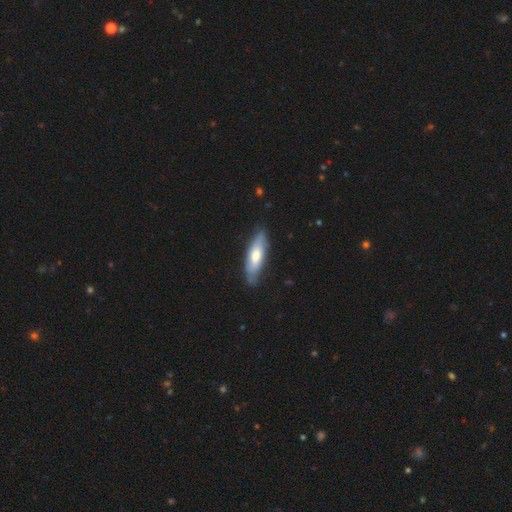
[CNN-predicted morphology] This appears to be a smooth galaxy with no disk features (62%) that is cigar-shaped (51%). Merging: none (82%).